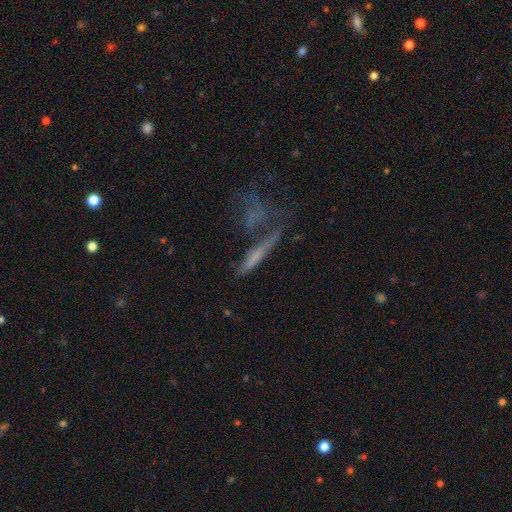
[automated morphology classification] smooth 47%, featured or disk 39%, star or artifact 14%. Down the decision tree: merging — none (48%).